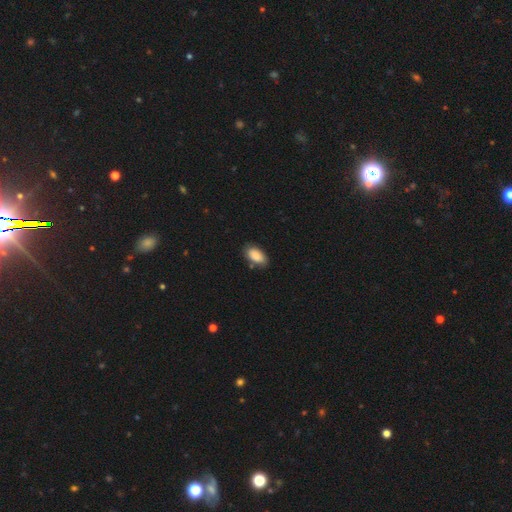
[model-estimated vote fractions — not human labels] Morphology: type=smooth (87%); roundness=in between (94%); merging=none (76%).